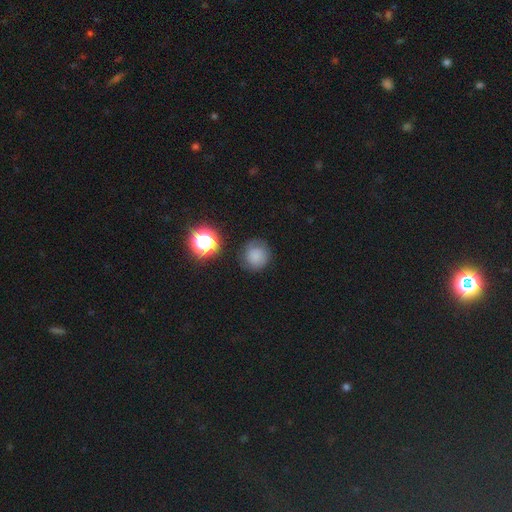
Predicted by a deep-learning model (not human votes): Morphology: type=smooth (61%); roundness=round (88%); merging=none (73%).